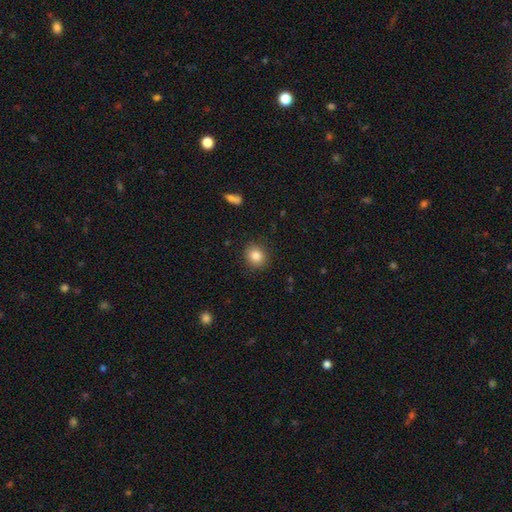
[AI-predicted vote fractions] Smooth or featured: smooth — 85% (star or artifact — 10%)
How rounded: round — 80% (in between — 19%)
Merging: none — 88% (minor disturbance — 8%)